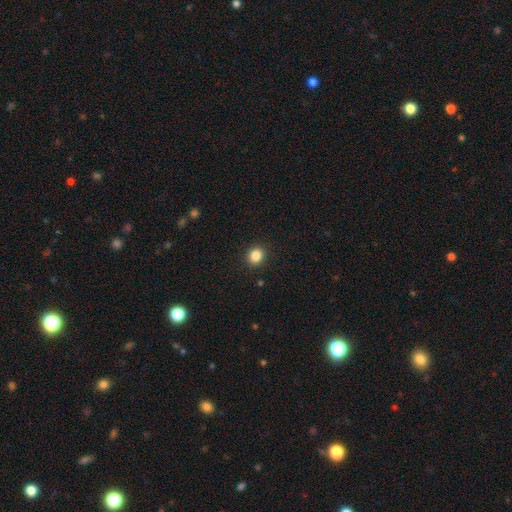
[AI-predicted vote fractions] Smooth or featured: smooth — 85% (star or artifact — 11%)
How rounded: round — 79% (in between — 20%)
Merging: none — 91% (minor disturbance — 6%)